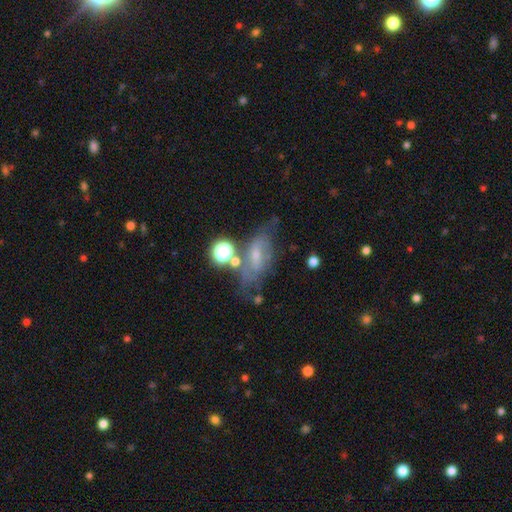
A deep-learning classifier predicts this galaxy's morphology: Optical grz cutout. It shows a featured or disk galaxy (53%). Merging: none (48%).